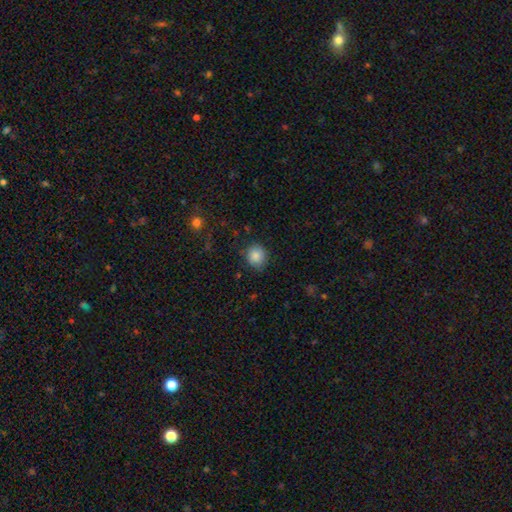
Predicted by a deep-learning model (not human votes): smooth_or_featured: smooth (p=0.86) [alt: star or artifact p=0.09]
how_rounded: round (p=0.81) [alt: in between p=0.18]
merging: none (p=0.82) [alt: minor disturbance p=0.14]